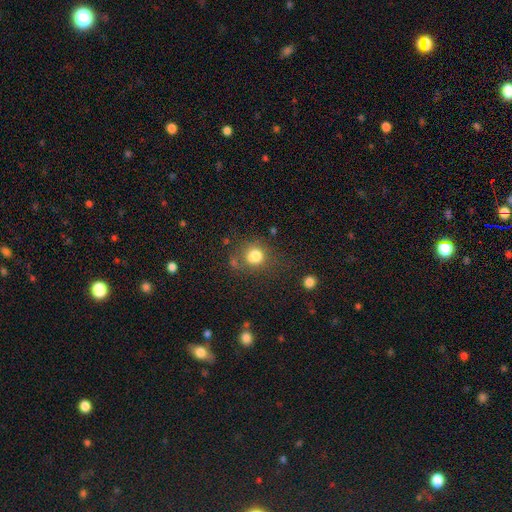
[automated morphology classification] Smooth or featured? smooth (78%)
How rounded? round (79%)
Merging? none (59%)